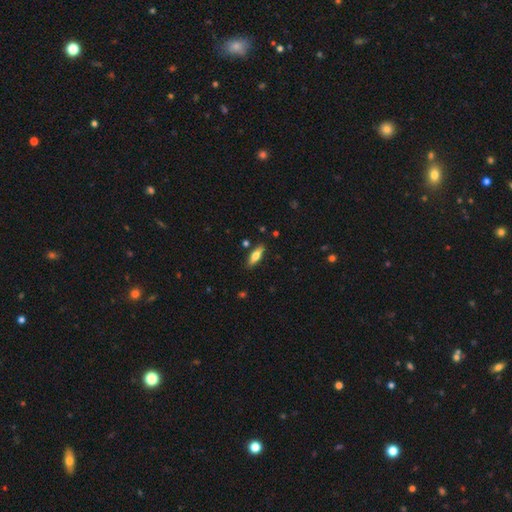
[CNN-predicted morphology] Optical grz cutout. It shows a smooth galaxy with no disk features (67%) that is in between round and cigar-shaped (52%). Merging: none (86%).